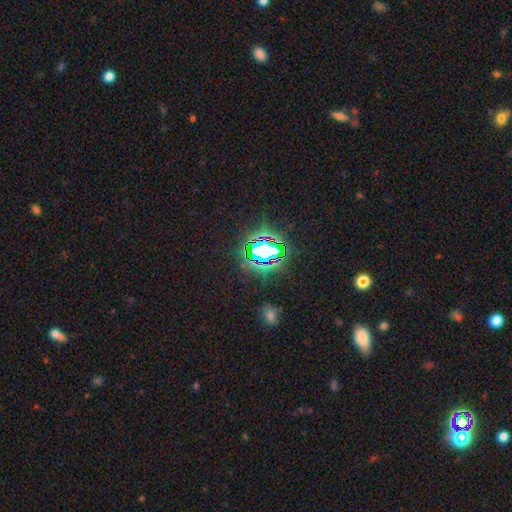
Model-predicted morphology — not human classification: A star or artifact, not a galaxy (80%).